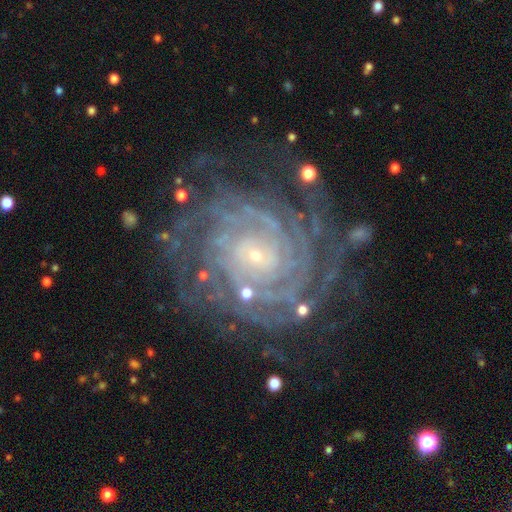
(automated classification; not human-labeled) Overall: featured or disk (90%). Edge-on disk: no (98%). Bar: no (69%). Spiral arms: yes (98%). Spiral arm count: more than 4 (25%; can't tell 23%). Spiral winding: tight (84%). Bulge size: small (86%). Merging: none (75%).